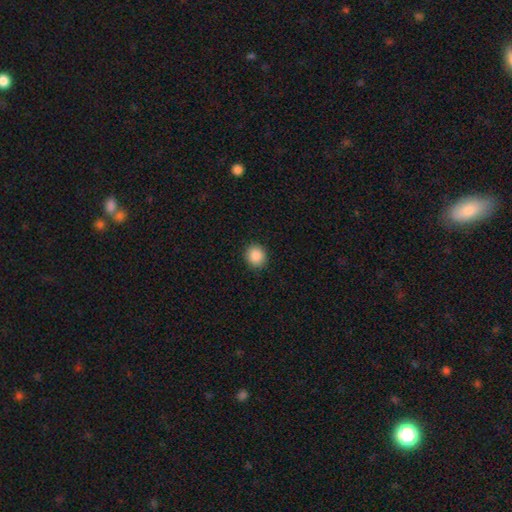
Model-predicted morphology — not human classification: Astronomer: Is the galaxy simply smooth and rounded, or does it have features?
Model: smooth — 88%.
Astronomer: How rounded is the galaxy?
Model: round — 85%.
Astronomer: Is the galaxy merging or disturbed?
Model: none — 91%.